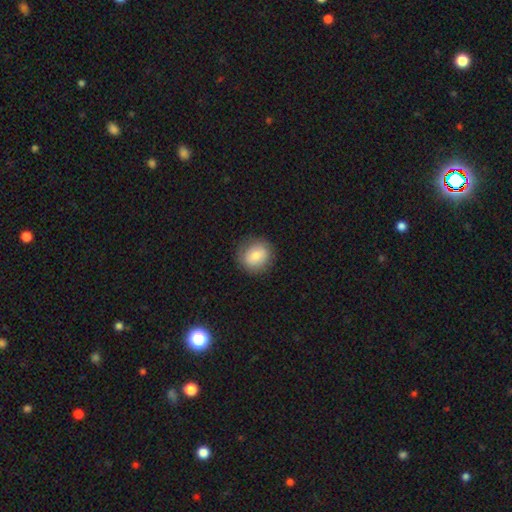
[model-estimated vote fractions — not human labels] This is likely a smooth galaxy (76%). How rounded: clearly round (83%). Merging: clearly none (86%).